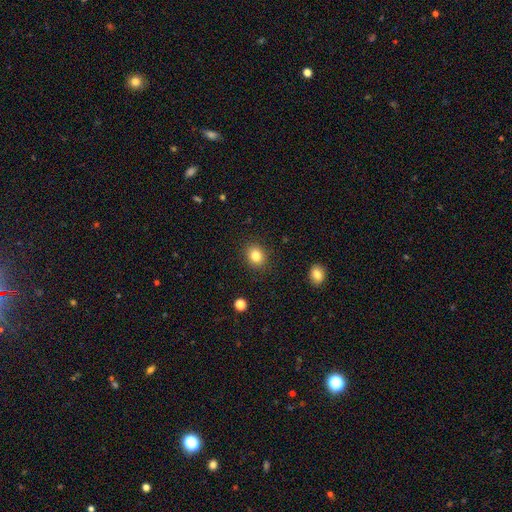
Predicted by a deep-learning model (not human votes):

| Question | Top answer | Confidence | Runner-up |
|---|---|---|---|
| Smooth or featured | smooth | 83% | star or artifact (11%) |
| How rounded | round | 70% | in between (29%) |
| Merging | none | 89% | minor disturbance (8%) |